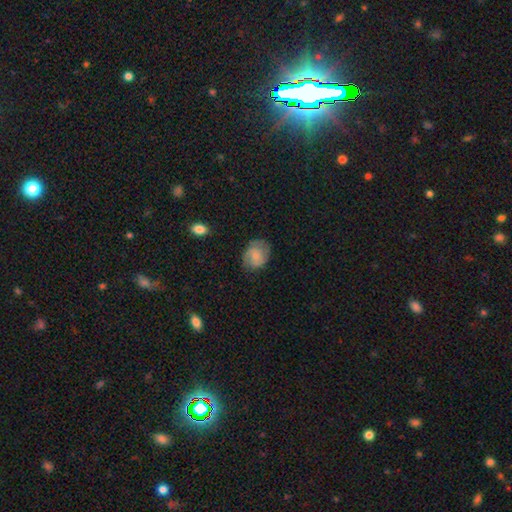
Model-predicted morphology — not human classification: This is possibly a smooth galaxy (60%). How rounded: possibly round (50%). Merging: likely none (70%).